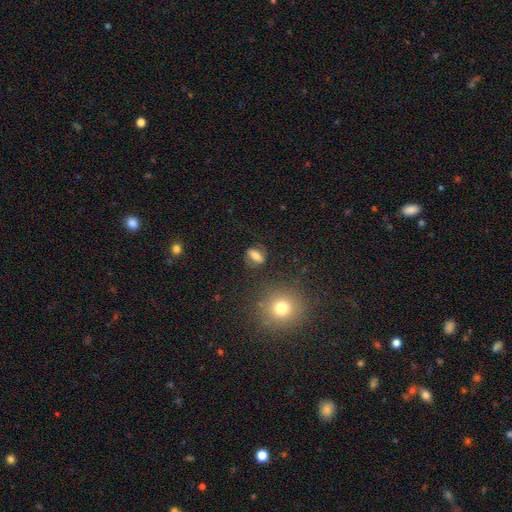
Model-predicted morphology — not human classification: Q: Smooth or featured?
A: smooth (58%); runner-up: featured or disk (29%)
Q: How rounded?
A: in between (64%); runner-up: round (22%)
Q: Merging?
A: none (74%); runner-up: minor disturbance (15%)